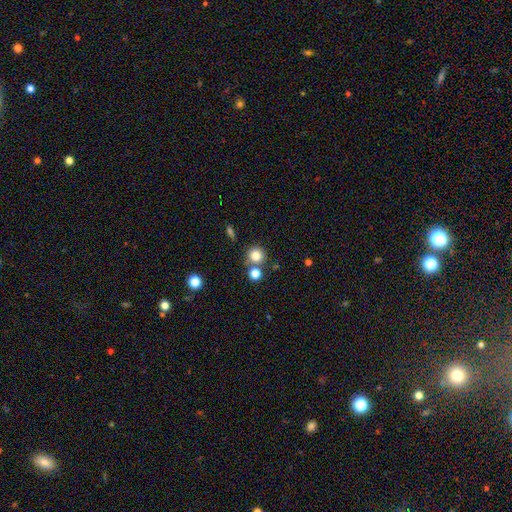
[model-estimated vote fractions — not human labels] smooth 80%, star or artifact 13%, featured or disk 7%. Down the decision tree: how rounded — round (92%); merging — none (70%).